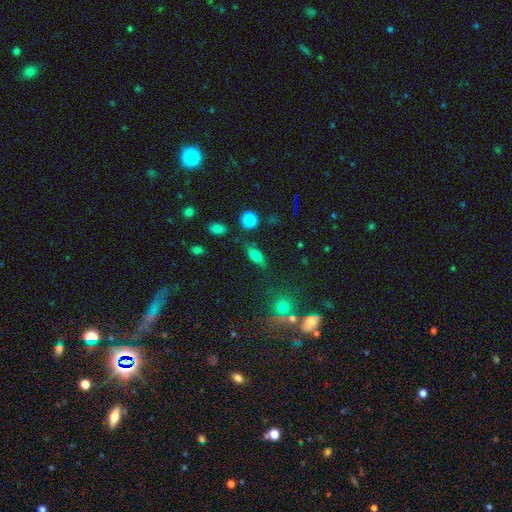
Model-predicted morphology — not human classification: smooth-or-featured: smooth: 73% | featured or disk: 15% | star or artifact: 13%
  how-rounded: in between: 76% | cigar-shaped: 16% | round: 8%
  merging: none: 75% | minor disturbance: 16% | major disturbance: 5% | merger: 4%